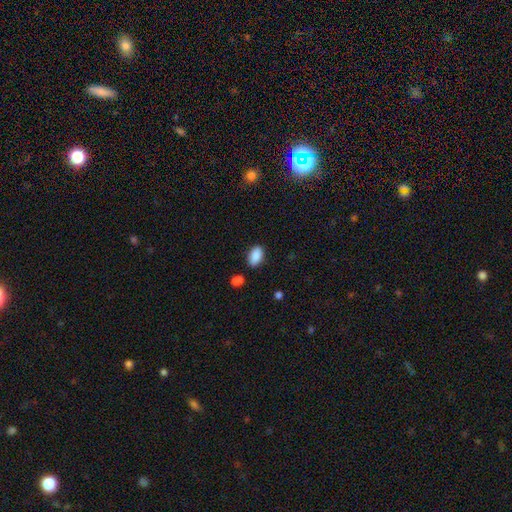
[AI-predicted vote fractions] smooth_or_featured: smooth (p=0.88) [alt: star or artifact p=0.07]
how_rounded: in between (p=0.92) [alt: round p=0.05]
merging: none (p=0.83) [alt: minor disturbance p=0.11]